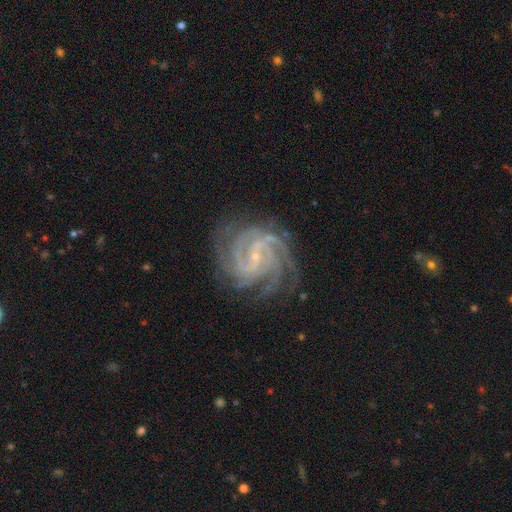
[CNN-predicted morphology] The model was most divided on "bar": weak: 41%, no: 40%, strong: 19%. Remaining: spiral arms — yes (99%); edge-on disk — no (98%); smooth or featured — featured or disk (92%); bulge size — small (84%); merging — none (80%); spiral winding — tight (69%); spiral arm count — 4 (35%).